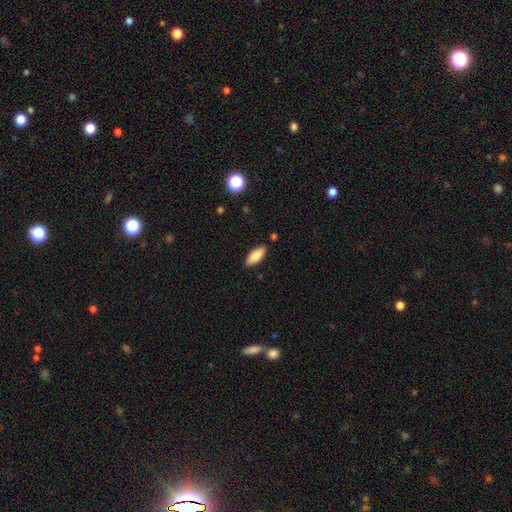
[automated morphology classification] A smooth galaxy with no disk features (81%) that is in between round and cigar-shaped (78%).

Vote fractions:
- Smooth or featured? smooth: 81% / featured or disk: 12% / star or artifact: 7%
- How rounded? in between: 78% / cigar-shaped: 20% / round: 2%
- Merging? none: 87% / minor disturbance: 10% / major disturbance: 2% / merger: 2%